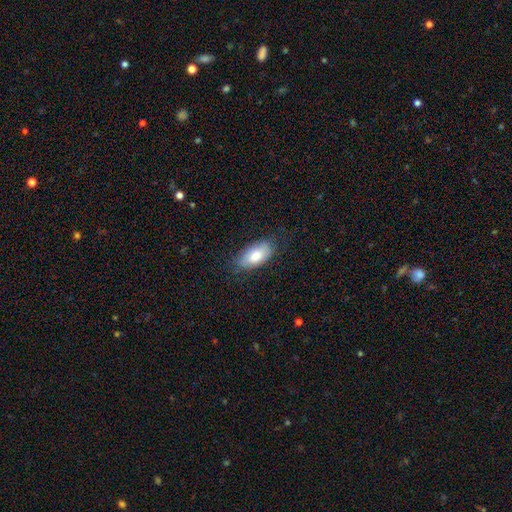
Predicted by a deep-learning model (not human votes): Smooth or featured? Predicted: smooth (p=0.78). How rounded? Predicted: in between (p=0.92). Merging? Predicted: none (p=0.77).